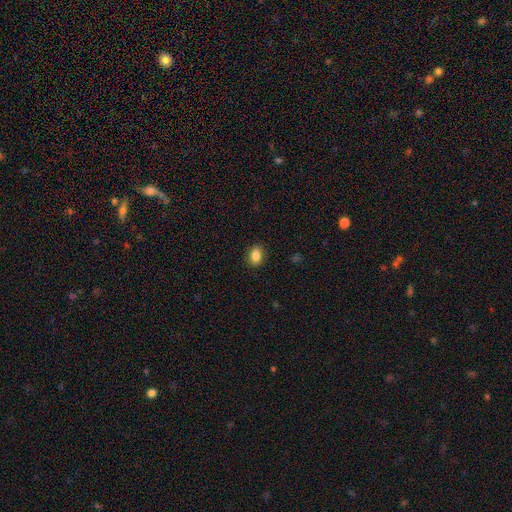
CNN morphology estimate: Overall: smooth (86%). How rounded: in between (71%). Merging: none (89%).